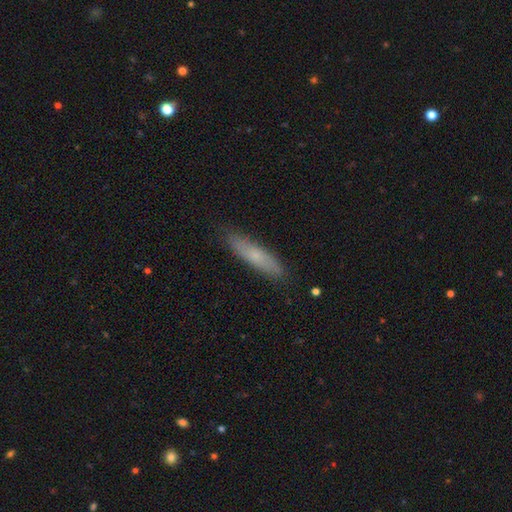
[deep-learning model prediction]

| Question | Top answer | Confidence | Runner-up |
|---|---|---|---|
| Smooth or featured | smooth | 67% | featured or disk (26%) |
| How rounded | cigar-shaped | 82% | in between (17%) |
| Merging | none | 87% | minor disturbance (11%) |